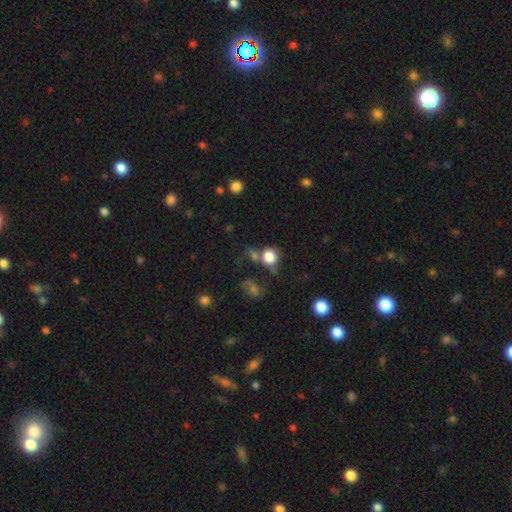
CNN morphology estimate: smooth-or-featured: smooth: 58% | star or artifact: 31% | featured or disk: 10%
  how-rounded: round: 85% | in between: 14% | cigar-shaped: 2%
  merging: none: 62% | merger: 16% | minor disturbance: 13% | major disturbance: 9%